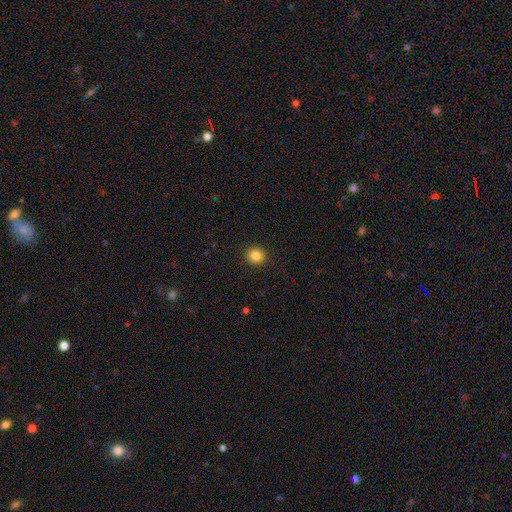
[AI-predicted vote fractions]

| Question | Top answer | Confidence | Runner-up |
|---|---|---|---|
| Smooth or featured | smooth | 85% | star or artifact (11%) |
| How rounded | round | 85% | in between (14%) |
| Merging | none | 92% | minor disturbance (6%) |